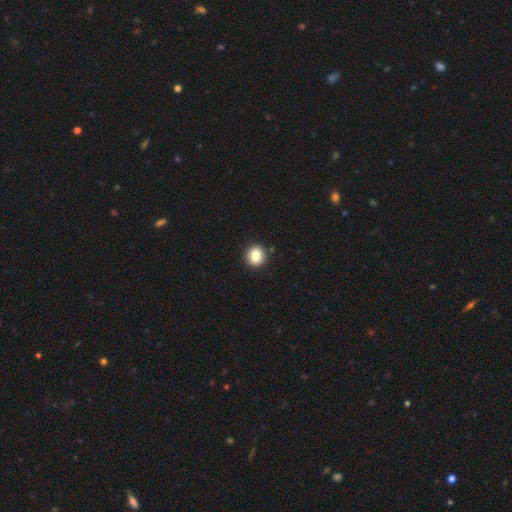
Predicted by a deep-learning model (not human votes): Smooth or featured? smooth (84%)
How rounded? round (88%)
Merging? none (91%)